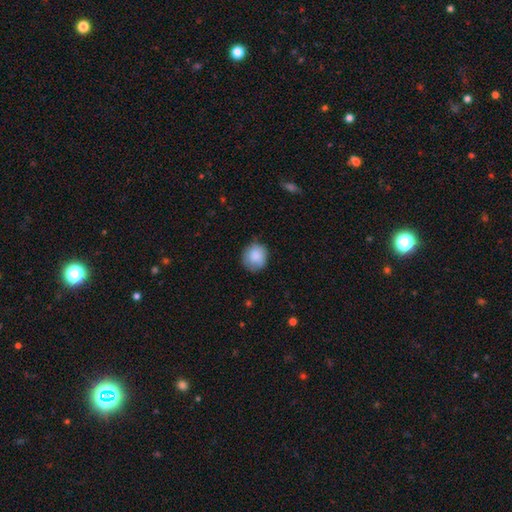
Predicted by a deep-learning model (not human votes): This appears to be a smooth galaxy with no disk features (85%) that is round (85%). Merging: none (75%).